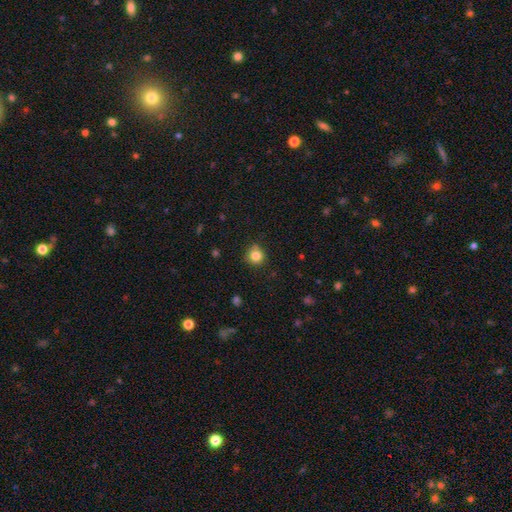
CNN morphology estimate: type=smooth (83%); roundness=round (91%); merging=none (80%).